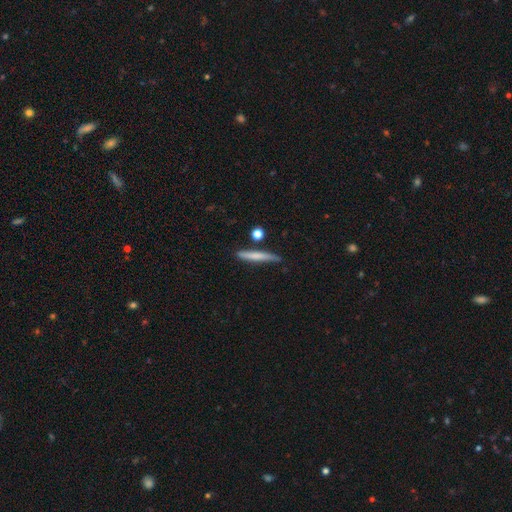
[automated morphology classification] Q: Smooth or featured?
A: smooth (65%); runner-up: featured or disk (28%)
Q: How rounded?
A: cigar-shaped (93%); runner-up: in between (4%)
Q: Merging?
A: none (78%); runner-up: minor disturbance (14%)